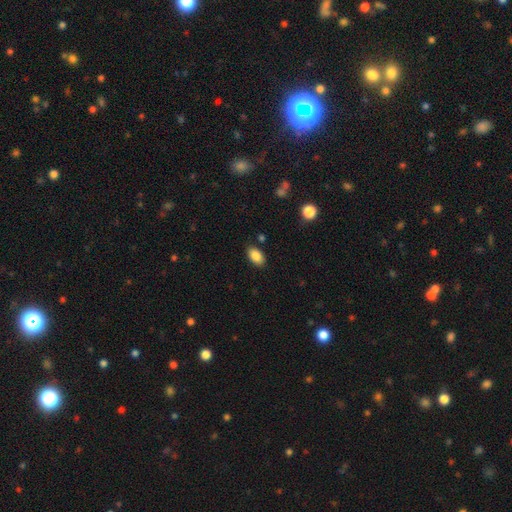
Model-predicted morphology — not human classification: type=smooth (87%); roundness=in between (92%); merging=none (86%).